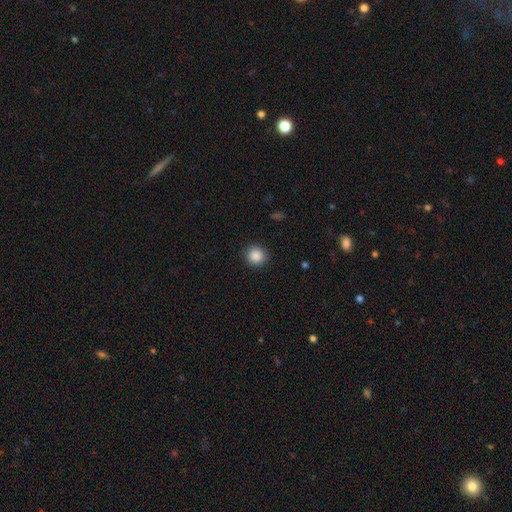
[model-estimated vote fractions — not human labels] The model was most divided on "smooth or featured": smooth: 88%, star or artifact: 9%, featured or disk: 3%. More confident: merging — none (91%); how rounded — round (90%).